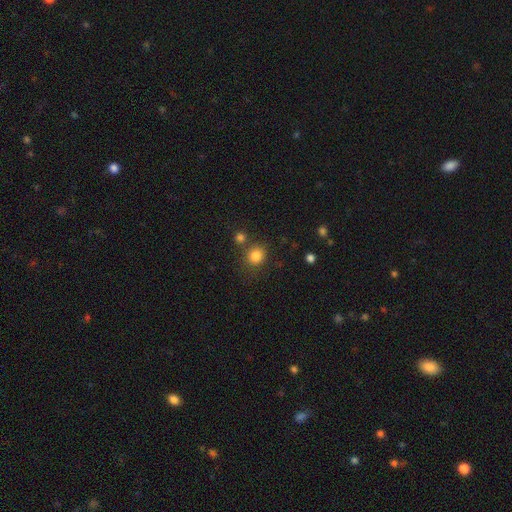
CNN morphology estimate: smooth_or_featured: smooth (p=0.83) [alt: star or artifact p=0.12]
how_rounded: round (p=0.81) [alt: in between p=0.18]
merging: none (p=0.74) [alt: merger p=0.12]